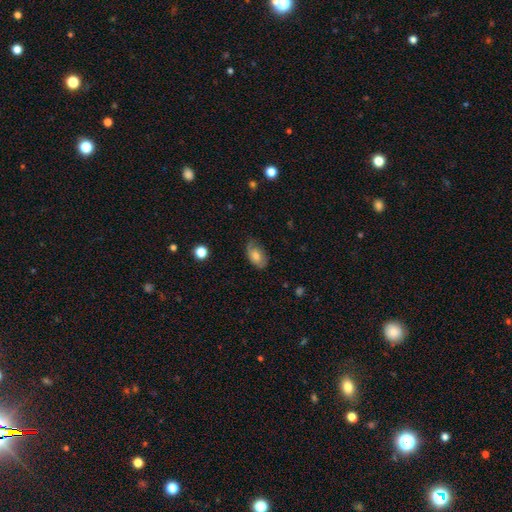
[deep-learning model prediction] A smooth galaxy with no disk features (64%) that is in between round and cigar-shaped (90%). Merging: none (68%).